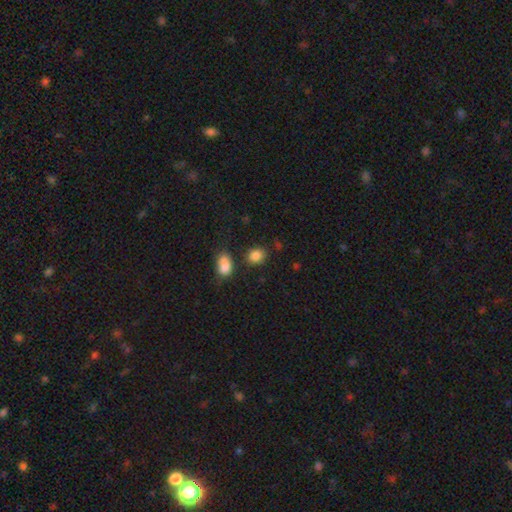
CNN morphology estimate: type=smooth (86%); roundness=round (57%); merging=none (75%).